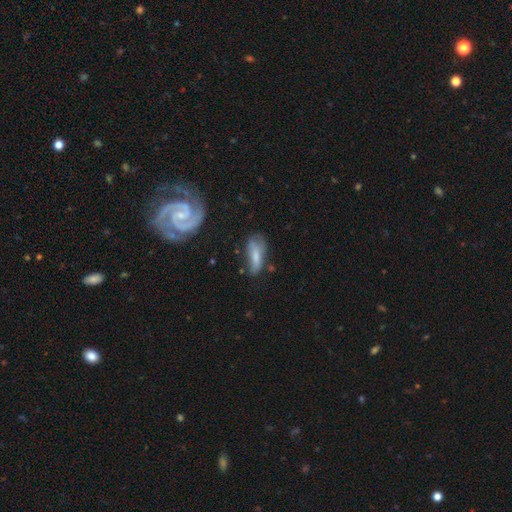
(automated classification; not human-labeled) smooth_or_featured: smooth (p=0.65) [alt: featured or disk p=0.26]
how_rounded: in between (p=0.65) [alt: cigar-shaped p=0.32]
merging: none (p=0.45) [alt: minor disturbance p=0.32]